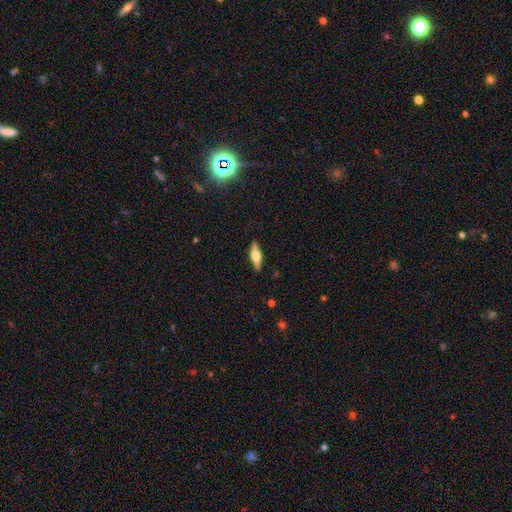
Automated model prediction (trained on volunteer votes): Smooth or featured? featured or disk (57%)
Edge-on disk? yes (94%)
Edge-on bulge? rounded (93%)
Merging? none (89%)